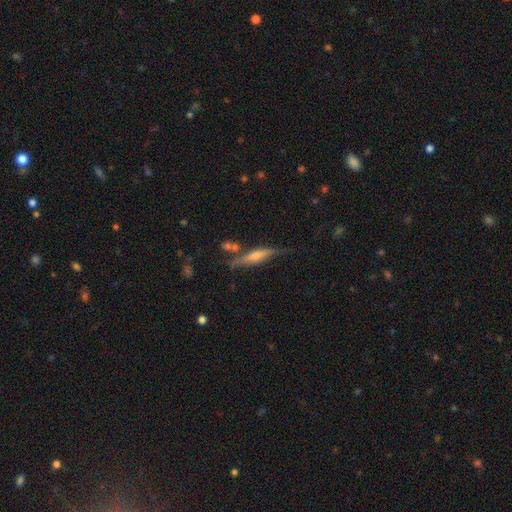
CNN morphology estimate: smooth-or-featured: featured or disk: 62% | smooth: 31% | star or artifact: 7%
  disk-edge-on: yes: 93% | no: 7%
    edge-on-bulge: rounded: 66% | boxy: 17% | none: 17%
  merging: none: 67% | minor disturbance: 19% | merger: 8% | major disturbance: 6%